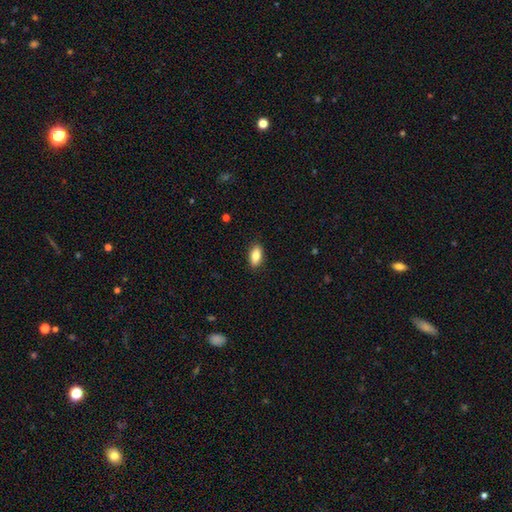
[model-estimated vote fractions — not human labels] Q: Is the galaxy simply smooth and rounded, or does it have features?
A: smooth — 82%.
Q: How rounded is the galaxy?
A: in between — 89%.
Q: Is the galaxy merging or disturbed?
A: none — 89%.